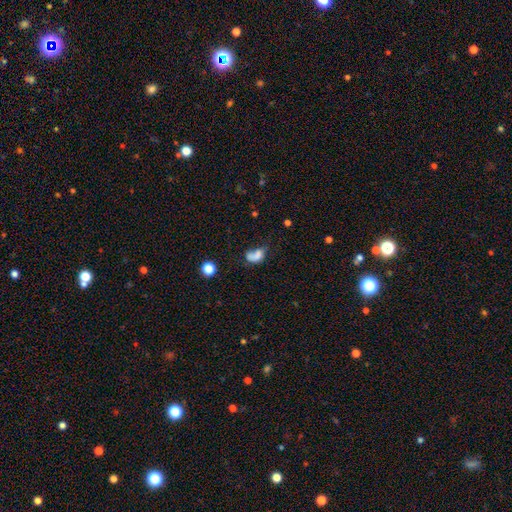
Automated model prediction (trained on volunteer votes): Overall: smooth (66%). How rounded: in between (79%). Merging: major disturbance (29%; merger 26%).